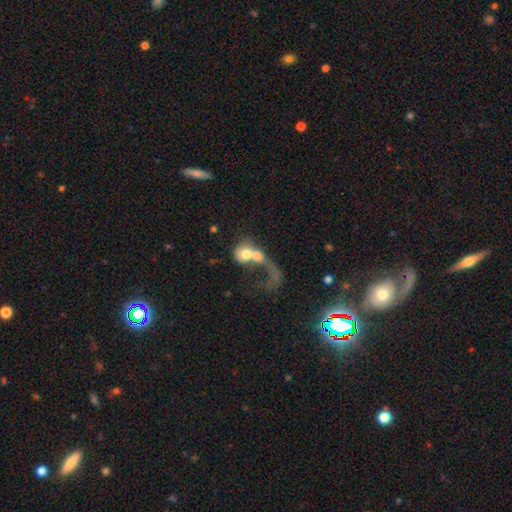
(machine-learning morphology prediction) This appears to be a featured or disk galaxy (43%). Merging: merger (61%).